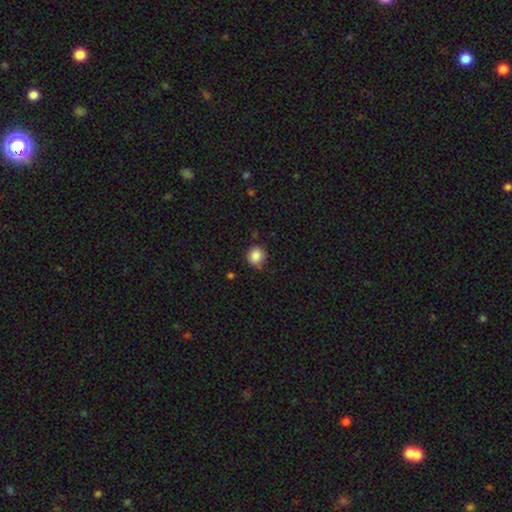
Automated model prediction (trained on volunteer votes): smooth_or_featured: smooth (p=0.86) [alt: star or artifact p=0.10]
how_rounded: round (p=0.91) [alt: in between p=0.08]
merging: none (p=0.81) [alt: minor disturbance p=0.14]